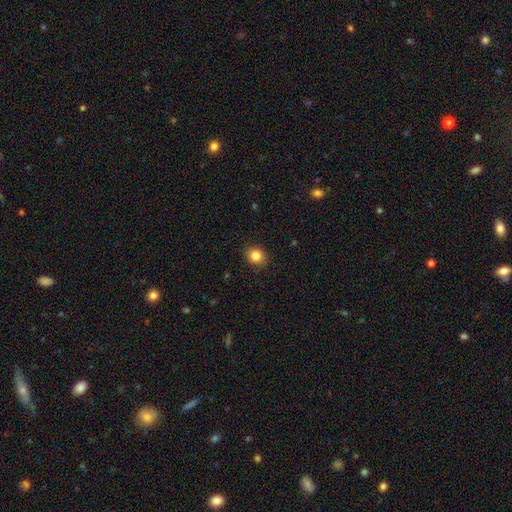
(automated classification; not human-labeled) Smooth or featured? Predicted: smooth (p=0.85). How rounded? Predicted: round (p=0.69). Merging? Predicted: none (p=0.90).